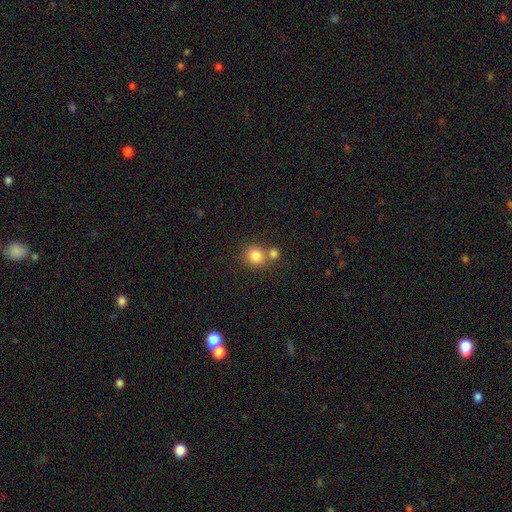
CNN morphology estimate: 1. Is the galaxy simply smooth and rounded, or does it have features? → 83% smooth, 11% star or artifact, 7% featured or disk.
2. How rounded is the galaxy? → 86% round, 13% in between, 1% cigar-shaped.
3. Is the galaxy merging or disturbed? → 56% none, 33% merger, 8% minor disturbance, 3% major disturbance.